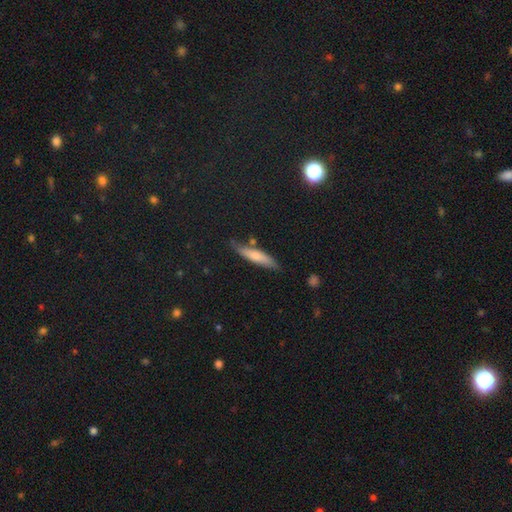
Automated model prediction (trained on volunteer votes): smooth 65%, featured or disk 27%, star or artifact 8%. Down the decision tree: how rounded — cigar-shaped (79%); merging — none (74%).